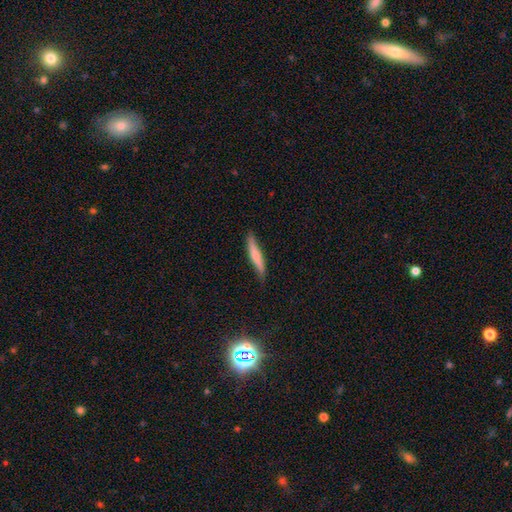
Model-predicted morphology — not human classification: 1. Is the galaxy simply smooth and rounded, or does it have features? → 66% smooth, 29% featured or disk, 5% star or artifact.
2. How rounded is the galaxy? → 90% cigar-shaped, 8% in between, 1% round.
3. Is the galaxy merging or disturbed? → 78% none, 18% minor disturbance, 3% major disturbance, 1% merger.